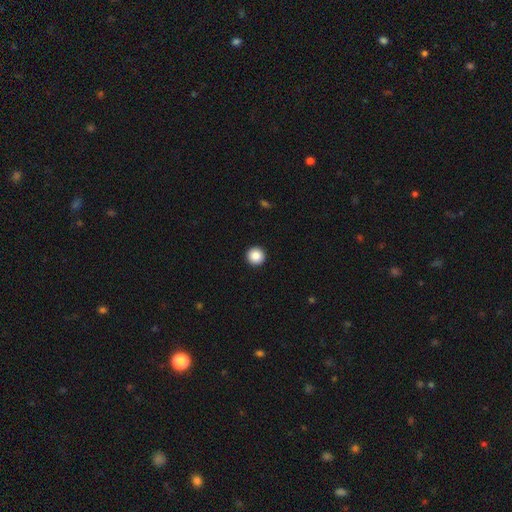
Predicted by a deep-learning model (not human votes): The model was most divided on "smooth or featured": smooth: 87%, star or artifact: 9%, featured or disk: 4%. More confident: how rounded — round (96%); merging — none (94%).